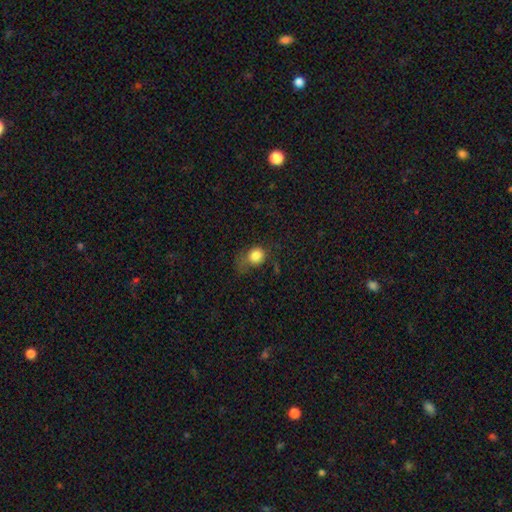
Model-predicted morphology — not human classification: This appears to be a smooth galaxy with no disk features (82%) that is round (71%). Merging: none (42%).